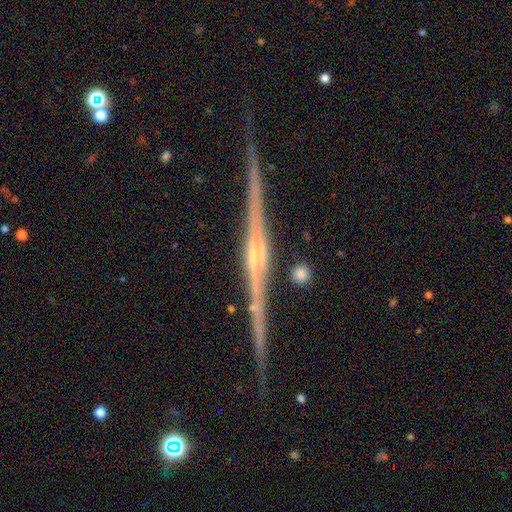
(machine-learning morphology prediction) Smooth or featured?
  - featured or disk: 88% *
  - star or artifact: 7%
  - smooth: 6%
Edge-on disk?
  - yes: 98% *
  - no: 2%
Edge-on bulge?
  - rounded: 63% *
  - boxy: 19%
  - none: 18%
Merging?
  - none: 87% *
  - minor disturbance: 10%
  - merger: 2%
  - major disturbance: 2%